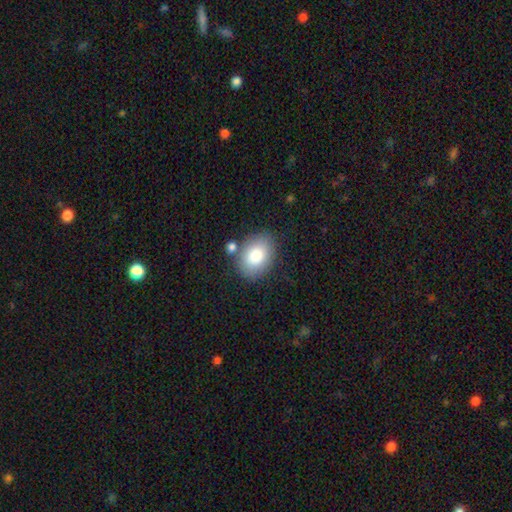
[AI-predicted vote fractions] This is clearly a smooth galaxy (84%). How rounded: likely in between (80%). Merging: likely none (73%).